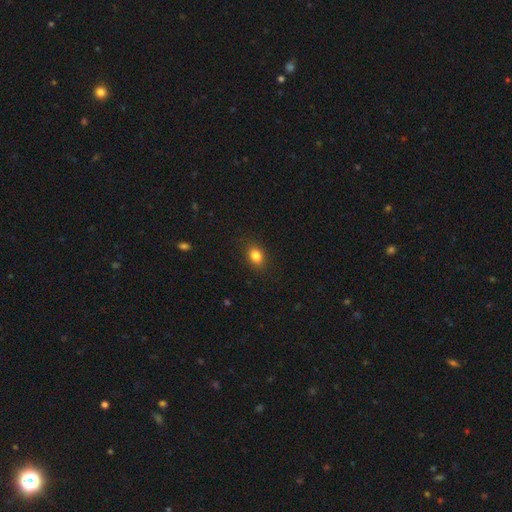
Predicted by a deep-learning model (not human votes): smooth-or-featured: smooth: 83% | star or artifact: 11% | featured or disk: 6%
  how-rounded: in between: 64% | round: 35% | cigar-shaped: 1%
  merging: none: 88% | minor disturbance: 9% | major disturbance: 2% | merger: 1%